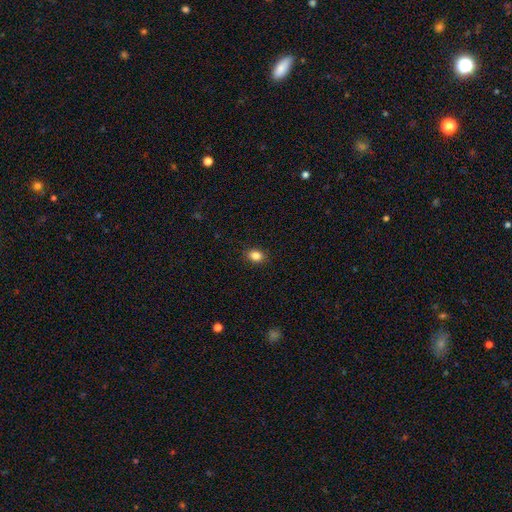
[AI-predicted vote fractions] This is clearly a smooth galaxy (85%). How rounded: likely in between (62%). Merging: clearly none (90%).